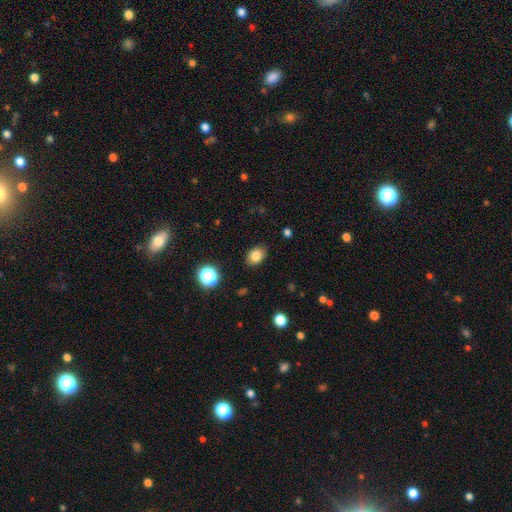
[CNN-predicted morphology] Smooth or featured?
  - smooth: 82% *
  - star or artifact: 11%
  - featured or disk: 7%
How rounded?
  - in between: 72% *
  - round: 27%
  - cigar-shaped: 1%
Merging?
  - none: 87% *
  - minor disturbance: 9%
  - major disturbance: 2%
  - merger: 1%